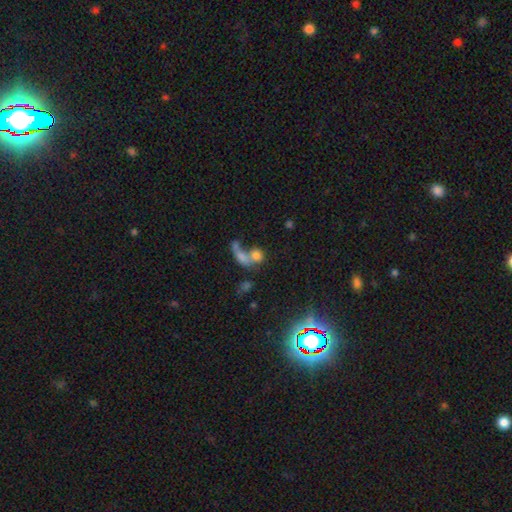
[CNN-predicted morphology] This appears to be a smooth galaxy with no disk features (66%) that is round (52%). Merging: merger (57%).